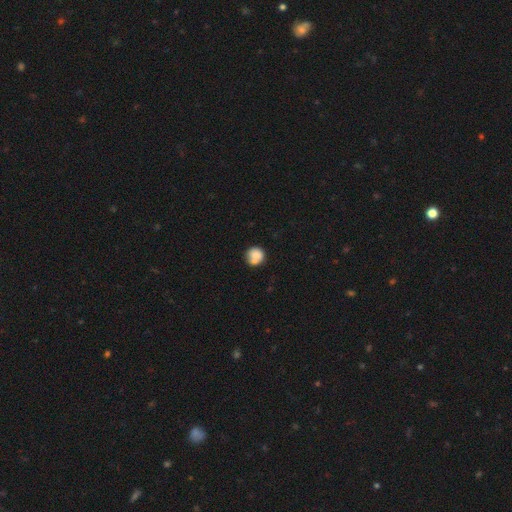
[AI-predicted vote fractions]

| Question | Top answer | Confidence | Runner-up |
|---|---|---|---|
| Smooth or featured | smooth | 78% | featured or disk (14%) |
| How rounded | round | 88% | in between (11%) |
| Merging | none | 55% | merger (25%) |